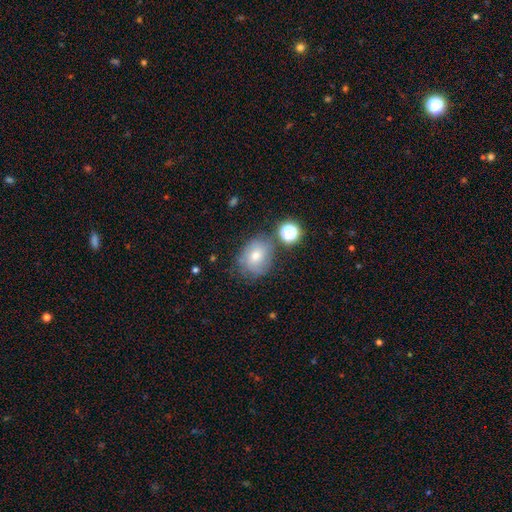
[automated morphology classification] type=smooth (63%); roundness=round (54%); merging=none (60%).